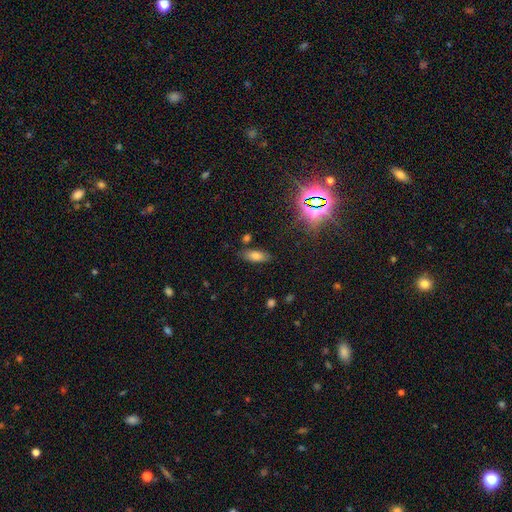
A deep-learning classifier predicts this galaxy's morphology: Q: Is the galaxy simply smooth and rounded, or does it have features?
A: smooth — 74%.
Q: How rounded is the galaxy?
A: in between — 78%.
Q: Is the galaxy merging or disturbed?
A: none — 80%.